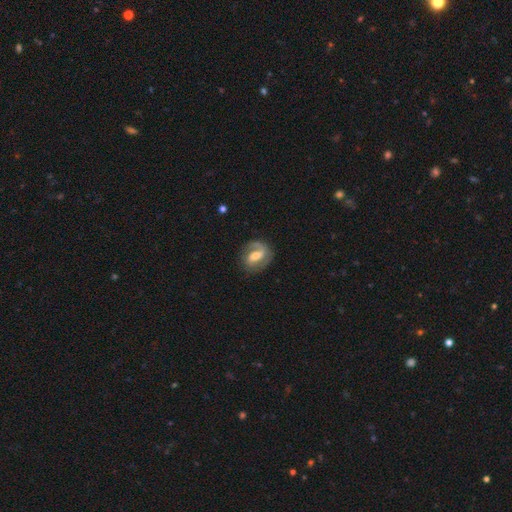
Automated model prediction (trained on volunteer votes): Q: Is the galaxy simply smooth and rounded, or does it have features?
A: featured or disk — 72%.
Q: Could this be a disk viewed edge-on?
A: no — 97%.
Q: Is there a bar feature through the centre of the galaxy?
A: weak — 47%.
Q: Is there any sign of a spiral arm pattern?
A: yes — 88%.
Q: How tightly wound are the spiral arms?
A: medium — 44%.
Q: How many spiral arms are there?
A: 2 — 58%.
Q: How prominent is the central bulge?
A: moderate — 50%.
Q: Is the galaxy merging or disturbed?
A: none — 70%.